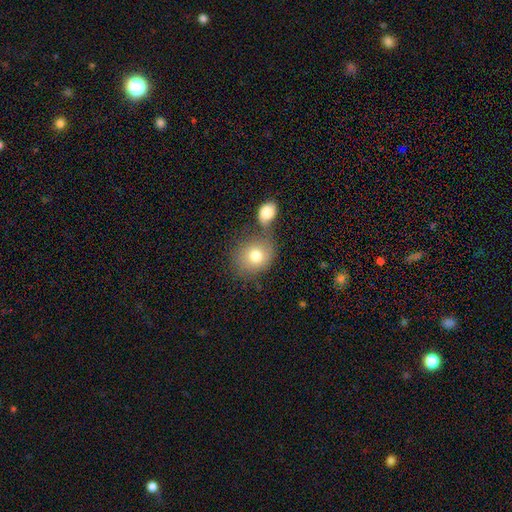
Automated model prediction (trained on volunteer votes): This appears to be a smooth galaxy with no disk features (76%) that is round (68%). Merging: none (49%).